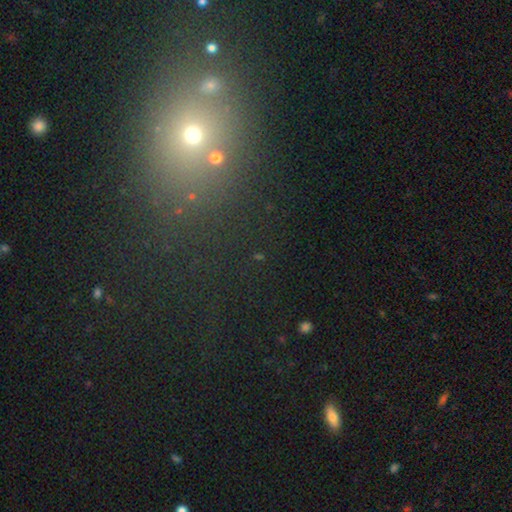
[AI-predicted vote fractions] Overall: star or artifact (51%; smooth 37%).